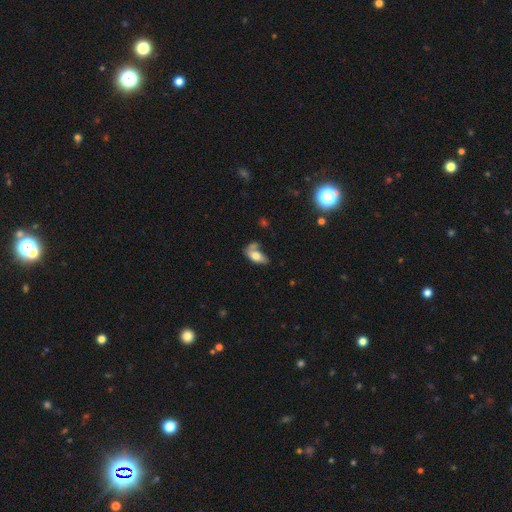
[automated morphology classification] Q: Smooth or featured?
A: smooth (68%); runner-up: featured or disk (25%)
Q: How rounded?
A: in between (88%); runner-up: cigar-shaped (8%)
Q: Merging?
A: none (35%); runner-up: minor disturbance (24%)